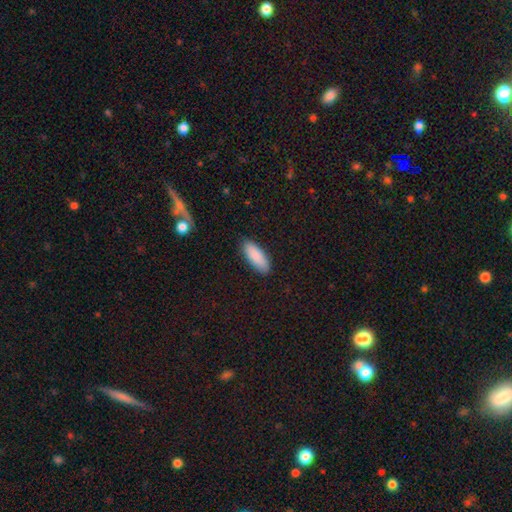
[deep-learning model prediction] Overall: smooth (89%). How rounded: in between (73%). Merging: none (88%).